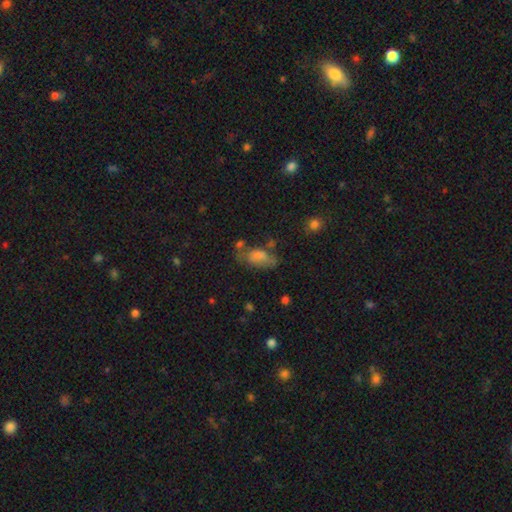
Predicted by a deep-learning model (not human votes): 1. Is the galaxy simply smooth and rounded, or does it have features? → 63% smooth, 22% featured or disk, 15% star or artifact.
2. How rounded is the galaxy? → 86% in between, 7% cigar-shaped, 7% round.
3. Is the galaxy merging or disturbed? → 47% none, 25% minor disturbance, 16% major disturbance, 13% merger.